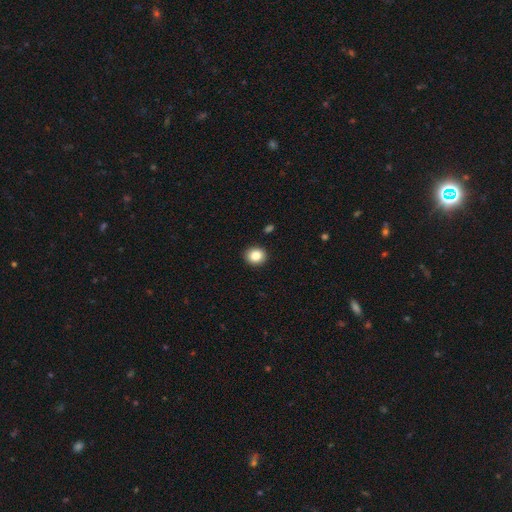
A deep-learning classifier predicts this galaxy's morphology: This appears to be a smooth galaxy with no disk features (84%) that is round (80%). Merging: none (92%).